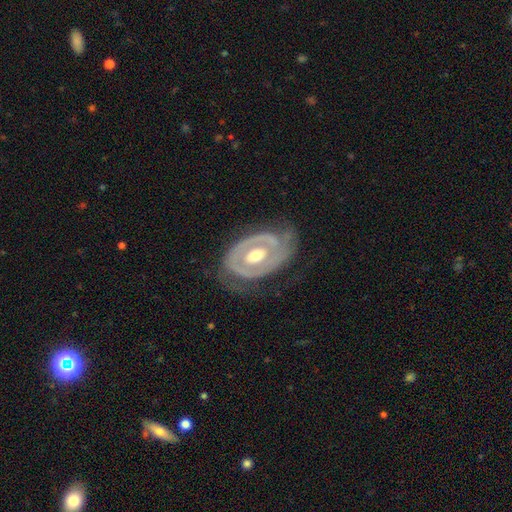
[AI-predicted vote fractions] The model was most divided on "bar": no: 51%, weak: 33%, strong: 16%. Remaining: edge-on disk — no (95%); smooth or featured — featured or disk (83%); bulge size — moderate (74%); spiral arms — yes (69%); merging — none (64%); spiral winding — tight (61%); spiral arm count — 2 (46%).